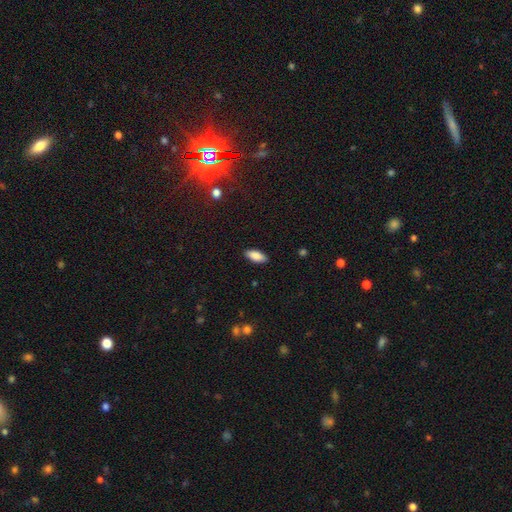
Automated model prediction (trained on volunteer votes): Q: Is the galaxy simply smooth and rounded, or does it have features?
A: smooth — 88%.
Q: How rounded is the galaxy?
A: in between — 86%.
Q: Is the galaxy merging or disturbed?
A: none — 88%.